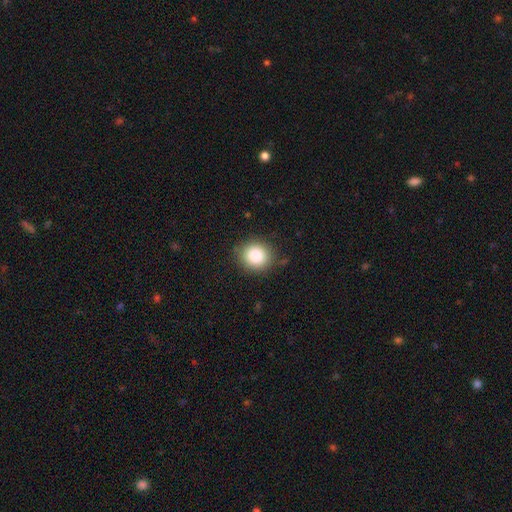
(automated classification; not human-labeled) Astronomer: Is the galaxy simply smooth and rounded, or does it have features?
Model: smooth — 86%.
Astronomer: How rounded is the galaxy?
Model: round — 83%.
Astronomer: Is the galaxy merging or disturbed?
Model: none — 85%.